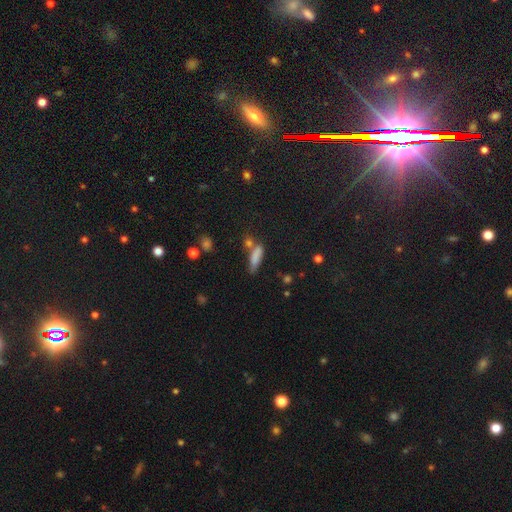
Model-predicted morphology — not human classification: smooth_or_featured: smooth (p=0.78) [alt: featured or disk p=0.12]
how_rounded: cigar-shaped (p=0.59) [alt: in between p=0.38]
merging: none (p=0.47) [alt: minor disturbance p=0.25]